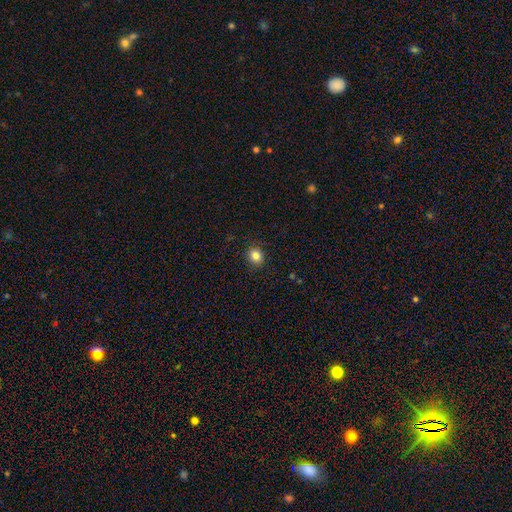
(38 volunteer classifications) Smooth or featured? 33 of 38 (87%) said smooth. How rounded? 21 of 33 (64%) said round. Merging? 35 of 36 (97%) said none.